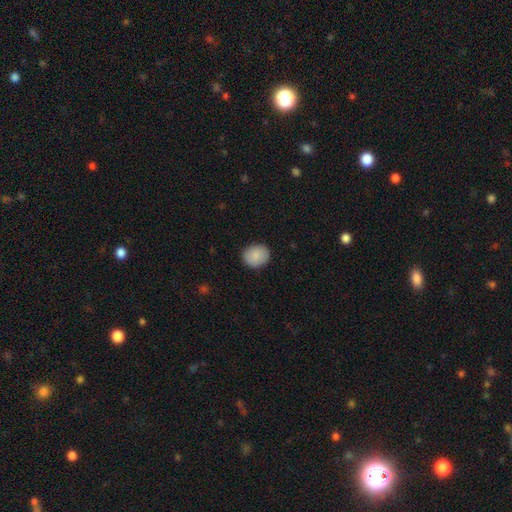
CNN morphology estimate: Smooth or featured? smooth (88%)
How rounded? round (71%)
Merging? none (89%)